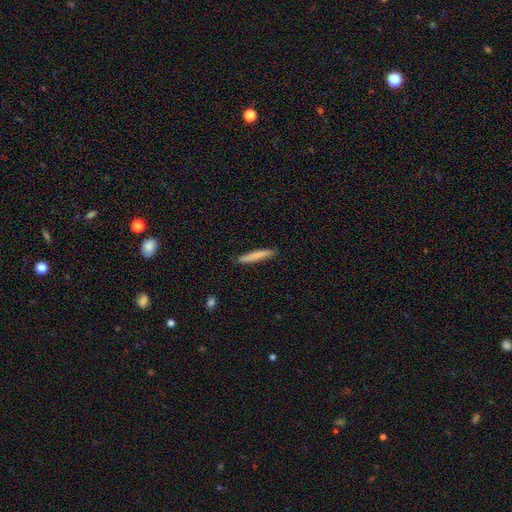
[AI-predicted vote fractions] A smooth galaxy with no disk features (79%) that is cigar-shaped (95%). Merging: none (90%).